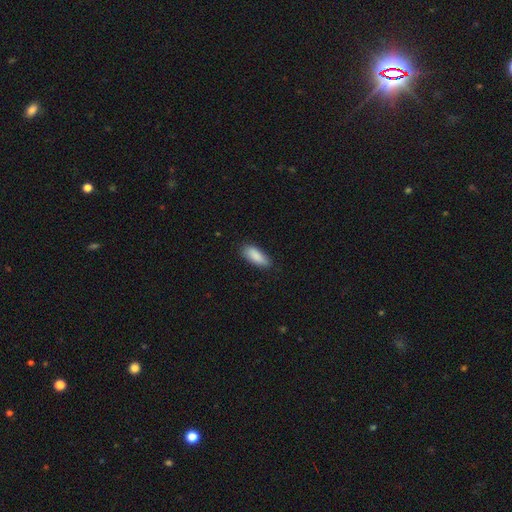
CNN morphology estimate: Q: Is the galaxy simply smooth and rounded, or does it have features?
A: smooth — 88%.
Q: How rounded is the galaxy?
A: in between — 75%.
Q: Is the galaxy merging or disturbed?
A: none — 82%.